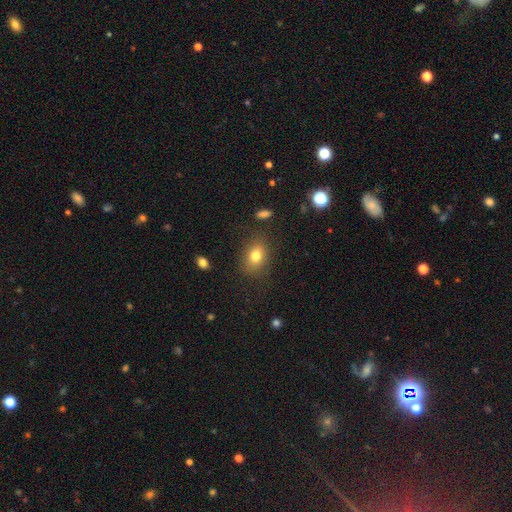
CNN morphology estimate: Smooth or featured?
  - smooth: 77% *
  - featured or disk: 11%
  - star or artifact: 11%
How rounded?
  - in between: 67% *
  - round: 32%
  - cigar-shaped: 1%
Merging?
  - none: 81% *
  - minor disturbance: 13%
  - major disturbance: 5%
  - merger: 2%